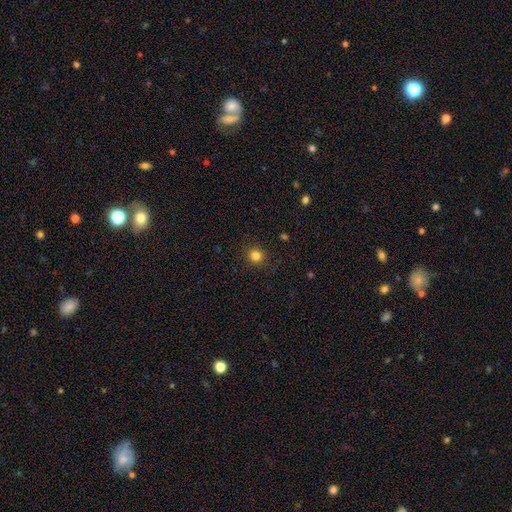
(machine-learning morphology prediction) type=smooth (82%); roundness=round (93%); merging=none (91%).